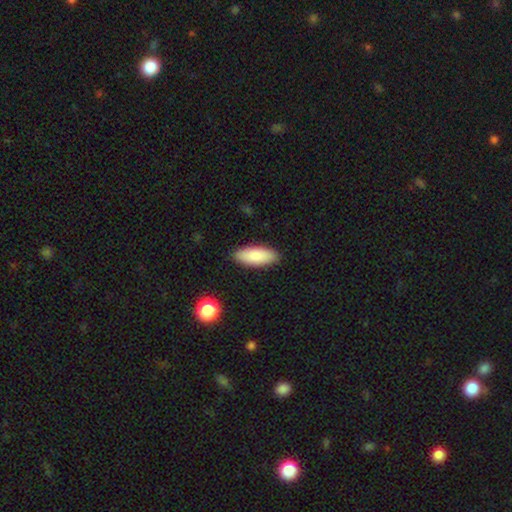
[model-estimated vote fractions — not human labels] smooth_or_featured: smooth (p=0.87) [alt: featured or disk p=0.07]
how_rounded: in between (p=0.78) [alt: cigar-shaped p=0.20]
merging: none (p=0.89) [alt: minor disturbance p=0.09]